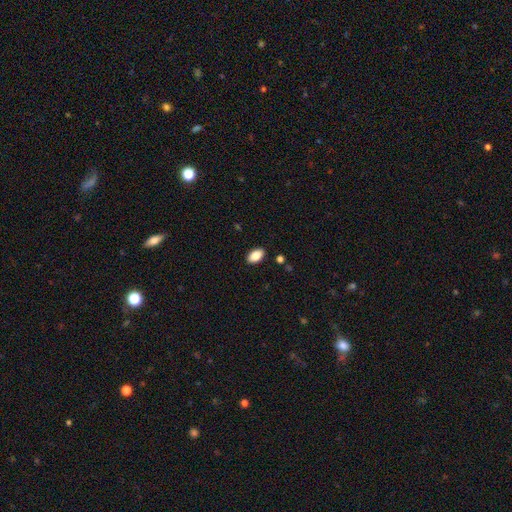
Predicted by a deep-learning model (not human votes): The model was most divided on "smooth or featured": smooth: 87%, star or artifact: 8%, featured or disk: 6%. More confident: how rounded — in between (92%); merging — none (89%).